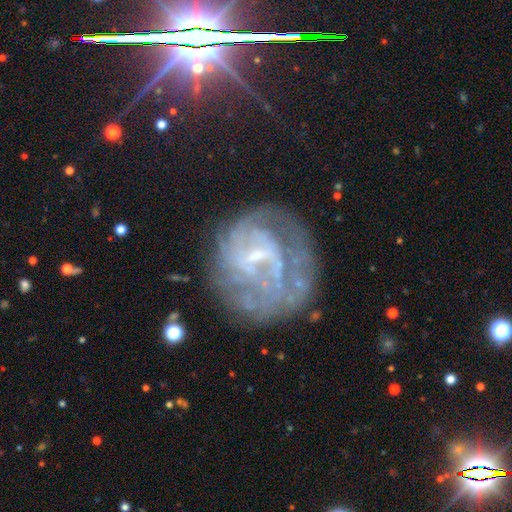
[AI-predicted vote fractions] Morphology: type=featured or disk (71%); edge-on=no (97%); bar=weak (47%); spiral arms=yes (64%); bulge=small (67%); merging=none (50%).